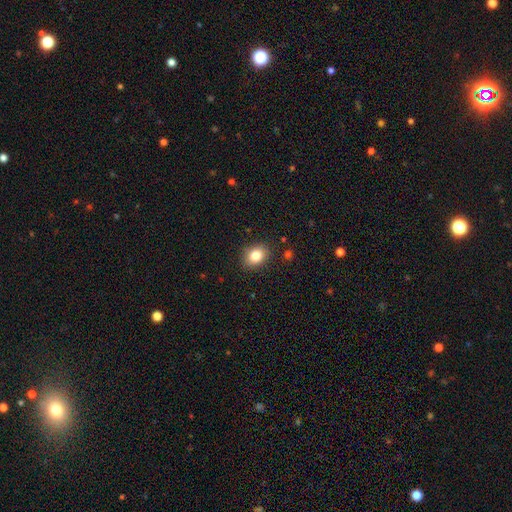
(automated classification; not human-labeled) This appears to be a smooth galaxy with no disk features (83%) that is in between round and cigar-shaped (63%). Merging: none (87%).